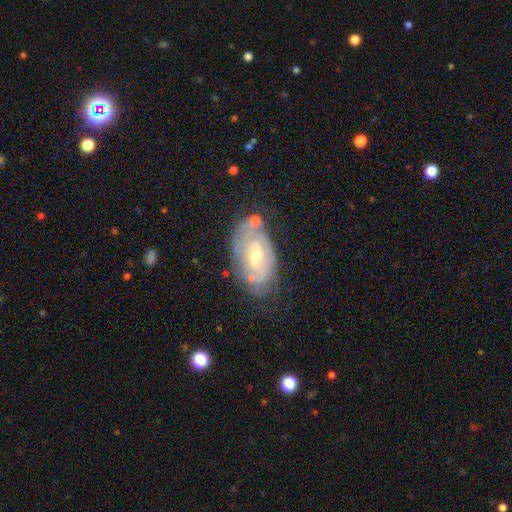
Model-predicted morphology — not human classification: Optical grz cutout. It shows a featured or disk galaxy (76%) with a weak bar (48%), tight (69%) spiral arms (79%) and a small central bulge (52%). Merging: none (63%).